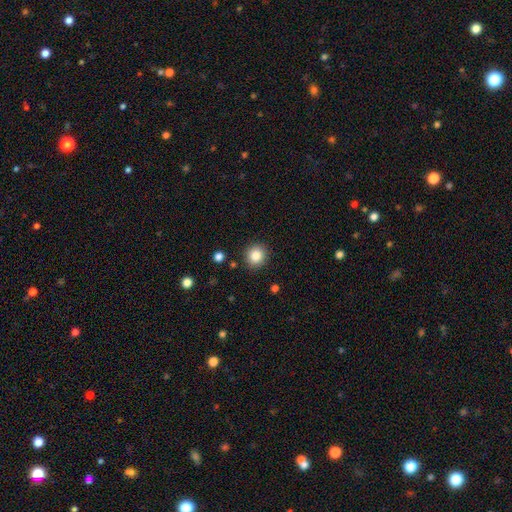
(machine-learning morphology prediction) This appears to be a smooth galaxy with no disk features (84%) that is round (89%). Merging: none (90%).